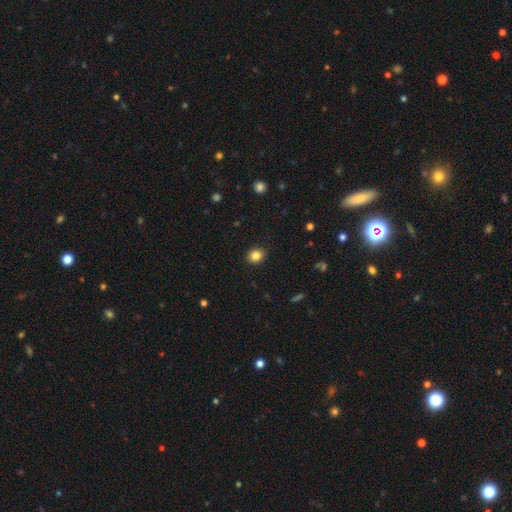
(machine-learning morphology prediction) Q: Smooth or featured?
A: smooth (84%); runner-up: star or artifact (11%)
Q: How rounded?
A: round (74%); runner-up: in between (25%)
Q: Merging?
A: none (91%); runner-up: minor disturbance (6%)